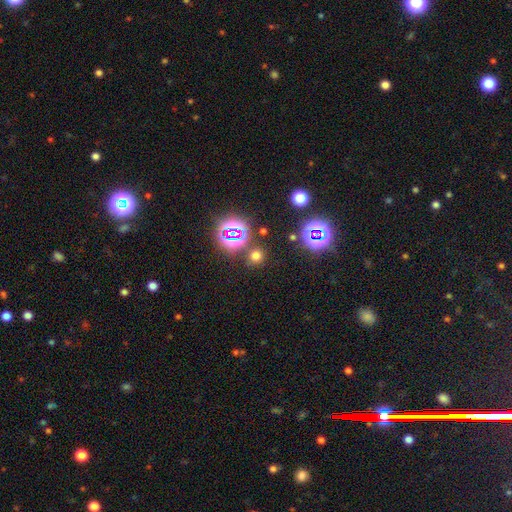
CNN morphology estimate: This is likely a smooth galaxy (61%). How rounded: clearly round (88%). Merging: clearly none (83%).